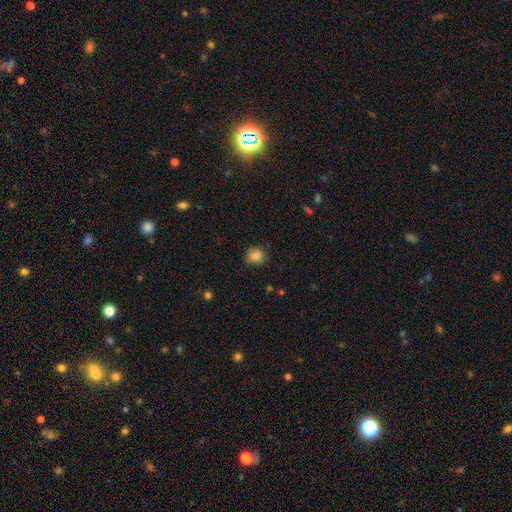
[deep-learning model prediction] A smooth galaxy with no disk features (84%) that is round (78%). Merging: none (81%).